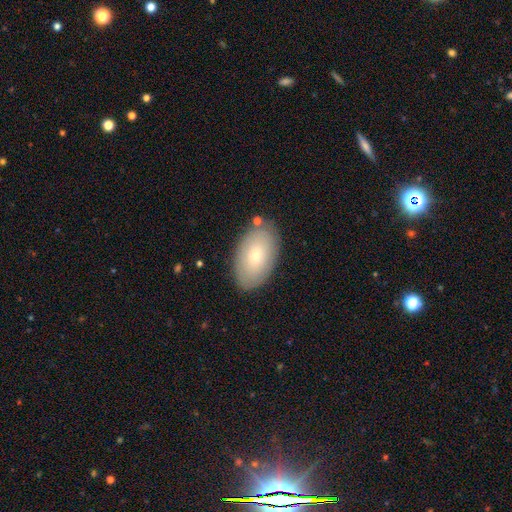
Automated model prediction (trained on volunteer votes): Morphology: type=smooth (72%); roundness=in between (94%); merging=none (83%).